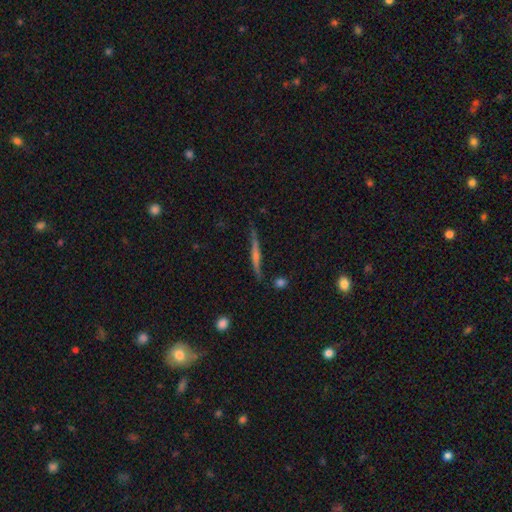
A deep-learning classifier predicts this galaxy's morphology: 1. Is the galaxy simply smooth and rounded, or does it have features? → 64% featured or disk, 28% smooth, 8% star or artifact.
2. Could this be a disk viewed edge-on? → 95% yes, 5% no.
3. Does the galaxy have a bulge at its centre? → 44% rounded, 40% none, 16% boxy.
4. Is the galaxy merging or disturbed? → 78% none, 15% minor disturbance, 4% major disturbance, 3% merger.